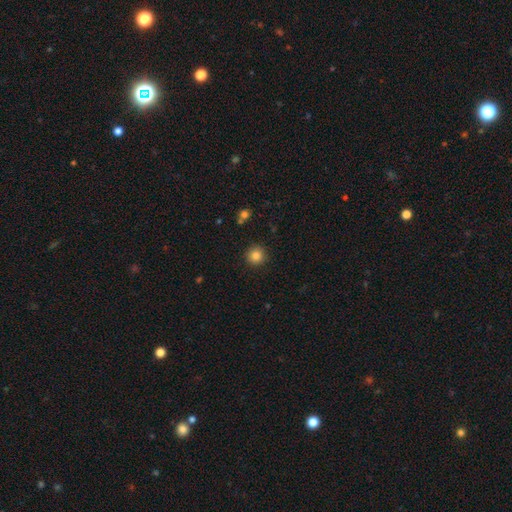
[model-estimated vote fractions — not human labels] Smooth or featured? Predicted: smooth (p=0.85). How rounded? Predicted: round (p=0.94). Merging? Predicted: none (p=0.91).